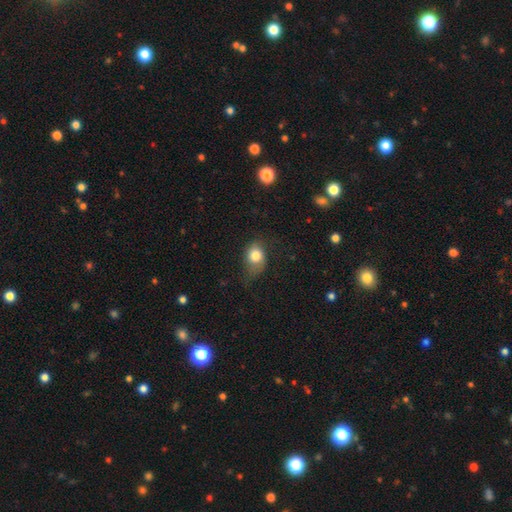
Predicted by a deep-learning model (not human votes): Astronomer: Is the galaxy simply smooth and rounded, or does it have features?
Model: smooth — 78%.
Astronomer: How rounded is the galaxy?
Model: in between — 53% (runner-up: round, 45%).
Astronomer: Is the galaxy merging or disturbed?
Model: none — 47% (runner-up: minor disturbance, 33%).